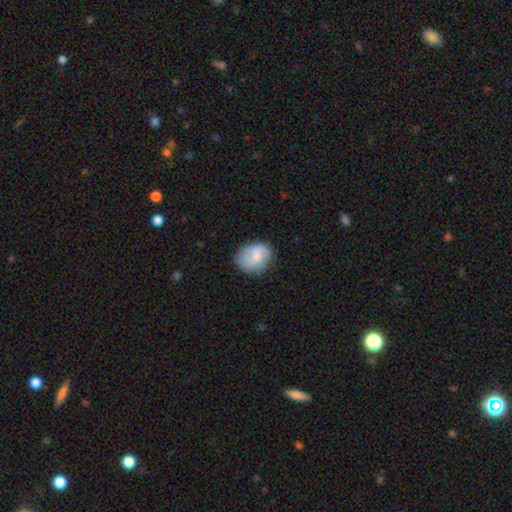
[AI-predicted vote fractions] smooth-or-featured: smooth: 66% | featured or disk: 27% | star or artifact: 7%
  how-rounded: in between: 56% | round: 43% | cigar-shaped: 1%
  merging: none: 61% | minor disturbance: 28% | major disturbance: 9% | merger: 2%